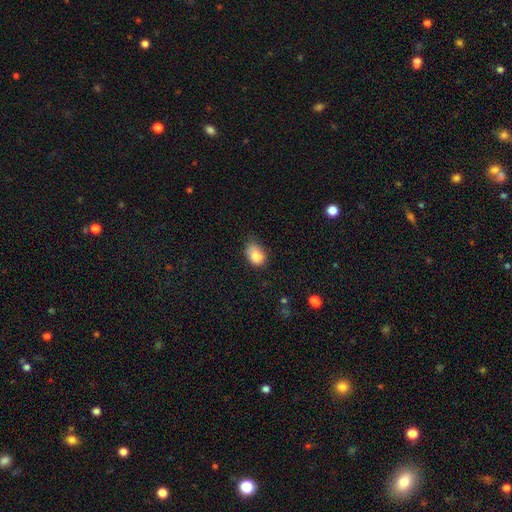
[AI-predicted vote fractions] Morphology: type=smooth (84%); roundness=in between (76%); merging=none (54%).